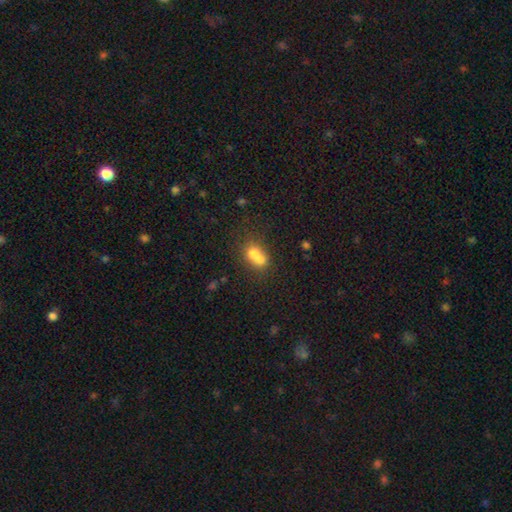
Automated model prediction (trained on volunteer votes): Smooth or featured: smooth — 67% (featured or disk — 21%)
How rounded: round — 57% (in between — 42%)
Merging: merger — 67% (none — 23%)